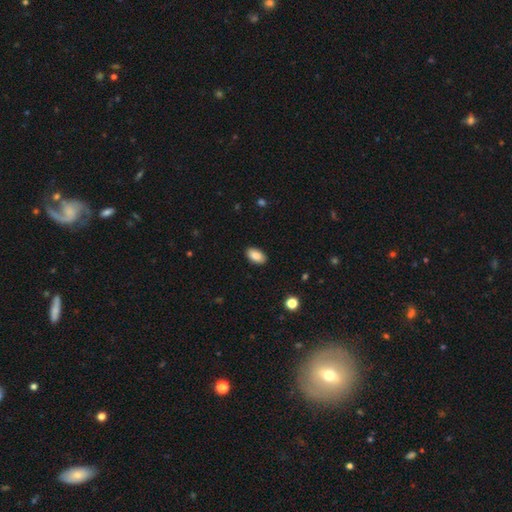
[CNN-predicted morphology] Smooth or featured? smooth (87%)
How rounded? in between (94%)
Merging? none (90%)